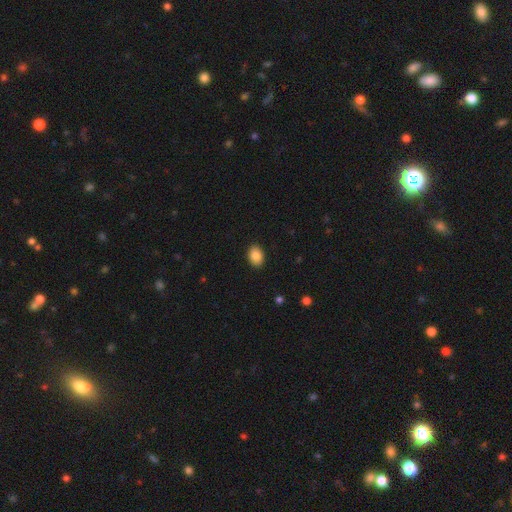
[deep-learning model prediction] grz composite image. It shows a smooth galaxy with no disk features (88%) that is in between round and cigar-shaped (81%). Merging: none (90%).